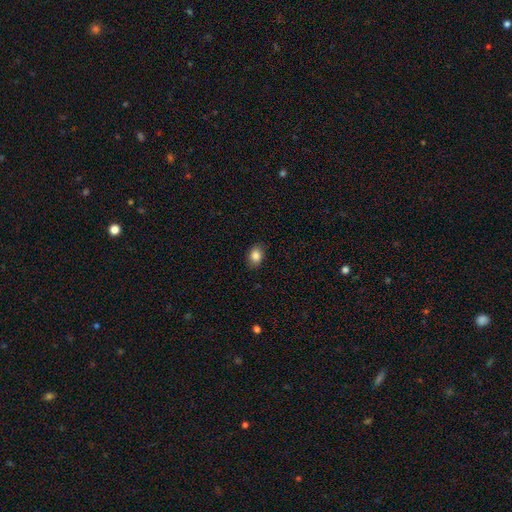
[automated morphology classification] Smooth or featured? smooth (86%)
How rounded? in between (72%)
Merging? none (86%)